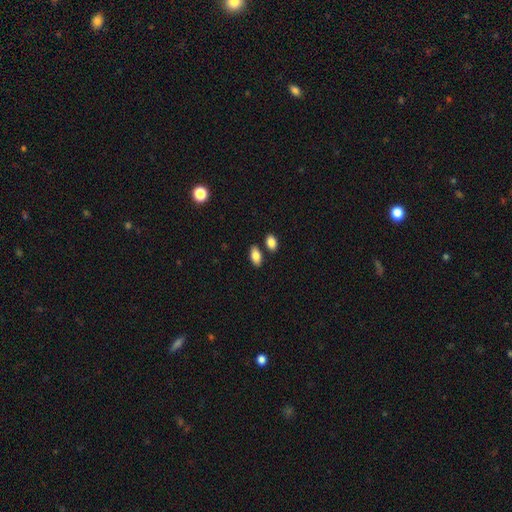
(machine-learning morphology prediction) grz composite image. It shows a smooth galaxy with no disk features (86%) that is in between round and cigar-shaped (92%). Merging: none (78%).